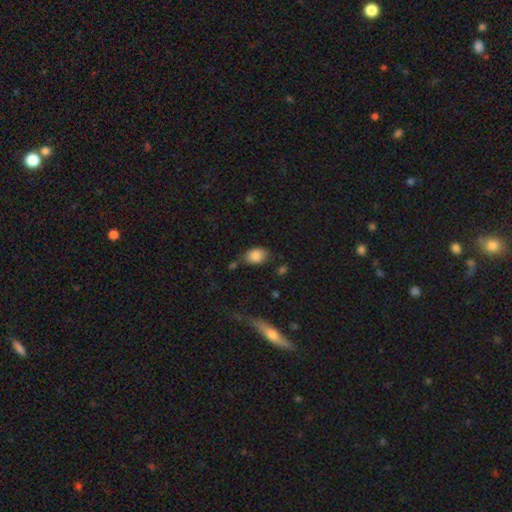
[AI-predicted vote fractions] Smooth or featured?
  - smooth: 86% *
  - star or artifact: 8%
  - featured or disk: 5%
How rounded?
  - in between: 80% *
  - round: 19%
  - cigar-shaped: 1%
Merging?
  - none: 71% *
  - minor disturbance: 19%
  - merger: 5%
  - major disturbance: 5%